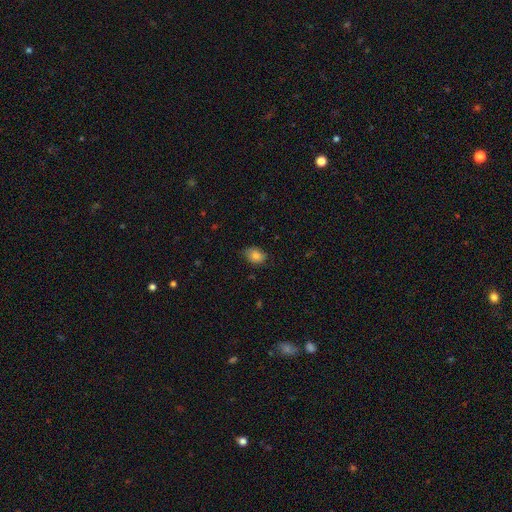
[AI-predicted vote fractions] Smooth or featured: smooth — 83% (star or artifact — 9%)
How rounded: in between — 70% (round — 29%)
Merging: none — 75% (minor disturbance — 21%)